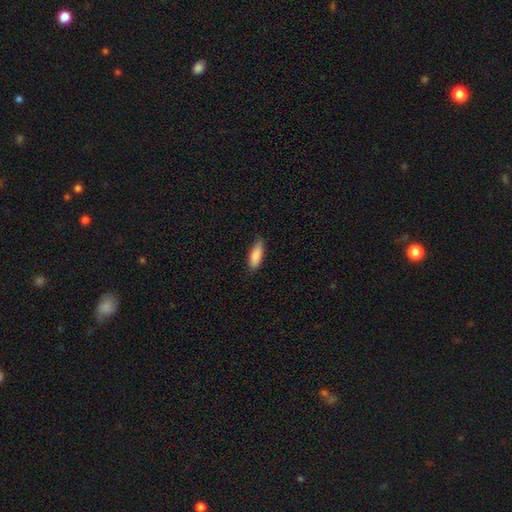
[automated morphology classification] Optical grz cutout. It shows a smooth galaxy with no disk features (86%) that is in between round and cigar-shaped (67%). Merging: none (79%).